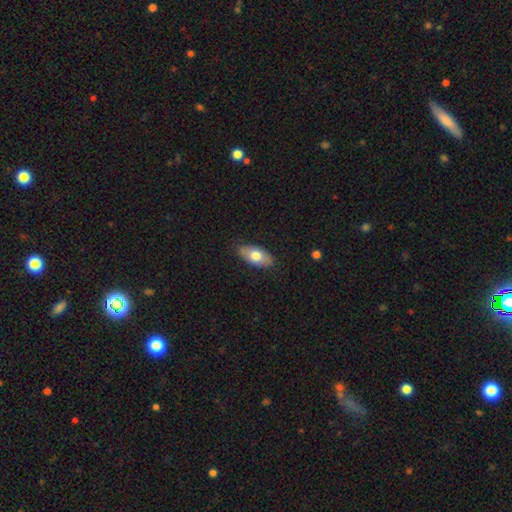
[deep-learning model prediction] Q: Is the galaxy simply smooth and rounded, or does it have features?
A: smooth — 71%.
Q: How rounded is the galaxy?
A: in between — 91%.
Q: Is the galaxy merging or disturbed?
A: none — 84%.